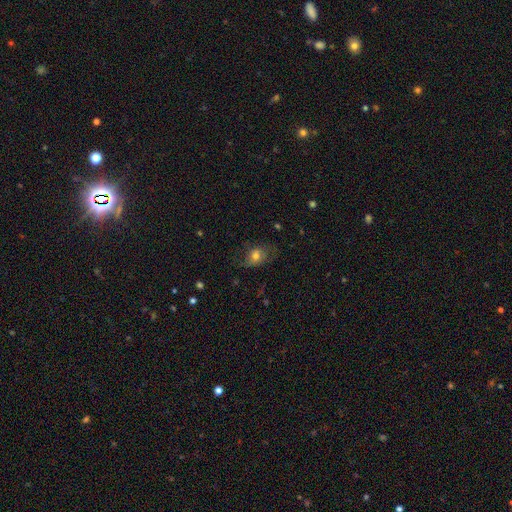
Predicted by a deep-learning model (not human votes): A smooth galaxy with no disk features (63%) that is in between round and cigar-shaped (64%). Merging: none (53%).